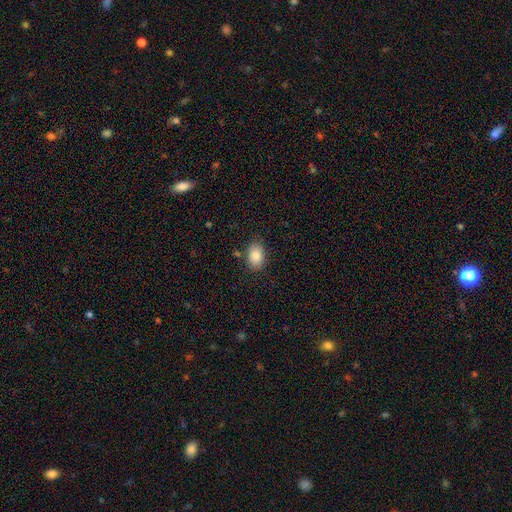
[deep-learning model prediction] Smooth or featured? smooth (84%)
How rounded? in between (84%)
Merging? none (85%)